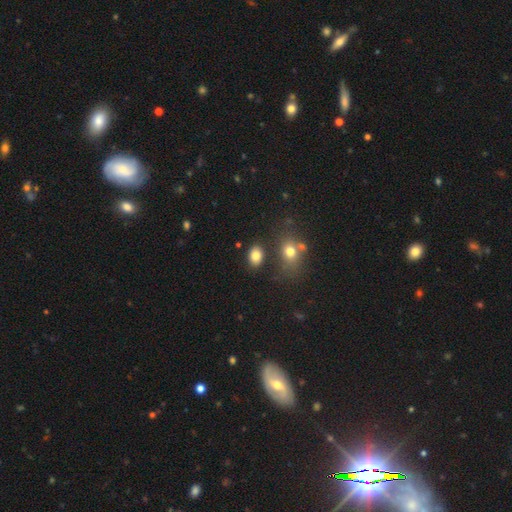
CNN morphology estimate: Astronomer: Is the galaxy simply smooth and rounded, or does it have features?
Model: smooth — 84%.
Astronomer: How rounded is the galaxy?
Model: in between — 78%.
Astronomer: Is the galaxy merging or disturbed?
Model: none — 79%.